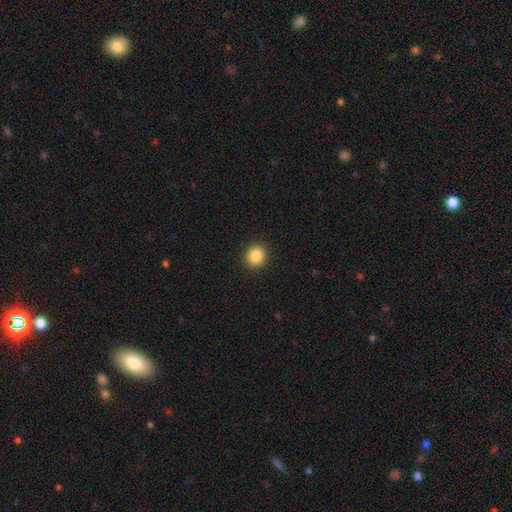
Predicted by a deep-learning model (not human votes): This appears to be a smooth galaxy with no disk features (86%) that is round (83%). Merging: none (91%).